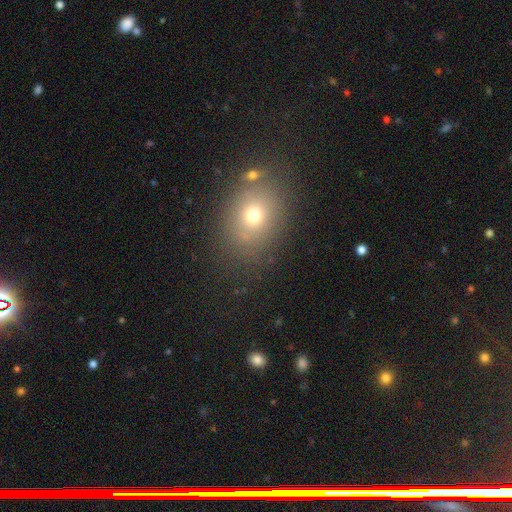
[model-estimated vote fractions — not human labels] This is possibly a smooth galaxy (57%). How rounded: possibly in between (54%). Merging: clearly none (84%).